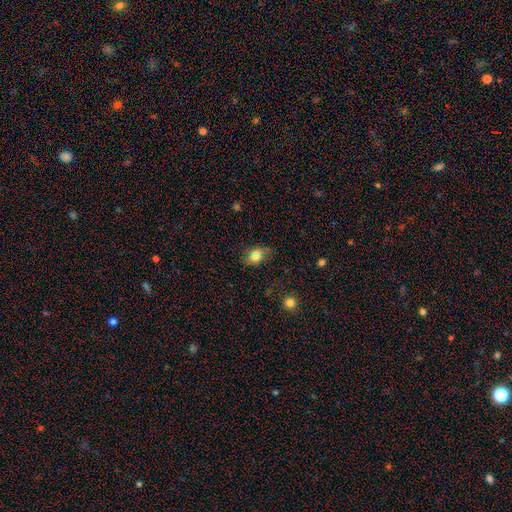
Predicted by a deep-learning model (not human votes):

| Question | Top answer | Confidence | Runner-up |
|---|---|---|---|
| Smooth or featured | smooth | 77% | star or artifact (12%) |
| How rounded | in between | 66% | round (32%) |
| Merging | none | 65% | minor disturbance (22%) |